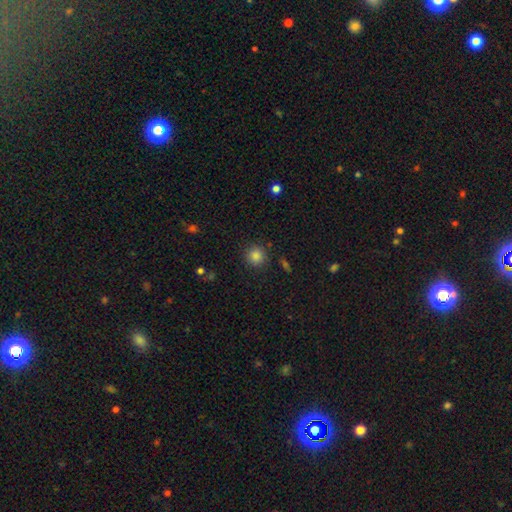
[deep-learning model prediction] This is clearly a smooth galaxy (85%). How rounded: clearly round (93%). Merging: clearly none (88%).